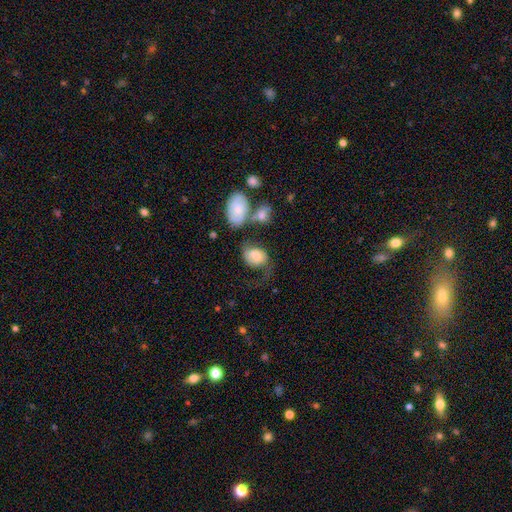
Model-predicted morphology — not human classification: A smooth galaxy with no disk features (59%) that is in between round and cigar-shaped (66%).

Vote fractions:
- Smooth or featured? smooth: 59% / featured or disk: 33% / star or artifact: 8%
- How rounded? in between: 66% / round: 33% / cigar-shaped: 1%
- Merging? major disturbance: 33% (tied) / none: 33% (tied) / minor disturbance: 21% / merger: 13%